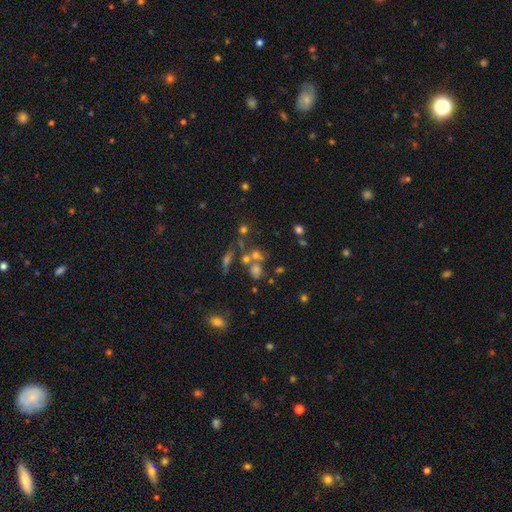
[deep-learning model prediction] Smooth or featured? star or artifact (48%)